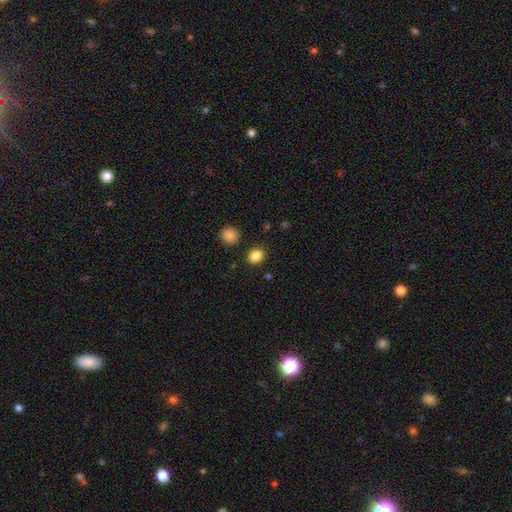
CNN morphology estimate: This is clearly a smooth galaxy (85%). How rounded: likely round (70%). Merging: clearly none (88%).